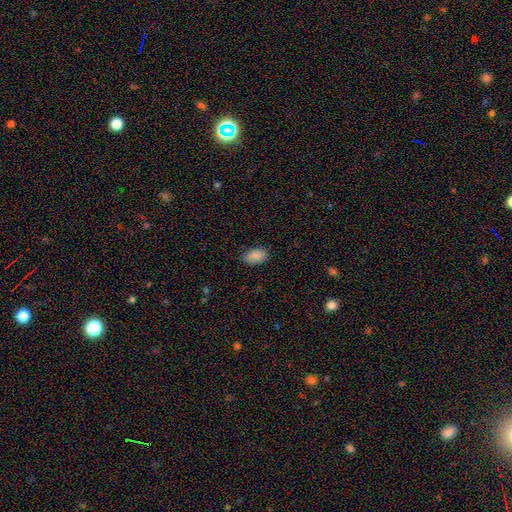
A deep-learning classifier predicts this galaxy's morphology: smooth 88%, star or artifact 8%, featured or disk 4%. Down the decision tree: how rounded — in between (92%); merging — none (86%).